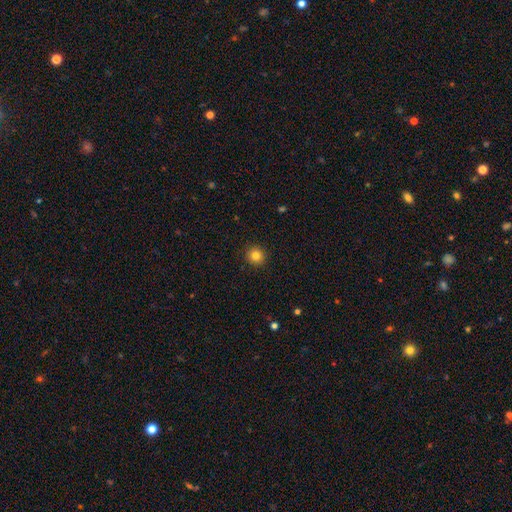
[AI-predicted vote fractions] Smooth or featured: smooth — 82% (star or artifact — 12%)
How rounded: round — 93% (in between — 6%)
Merging: none — 93% (minor disturbance — 5%)